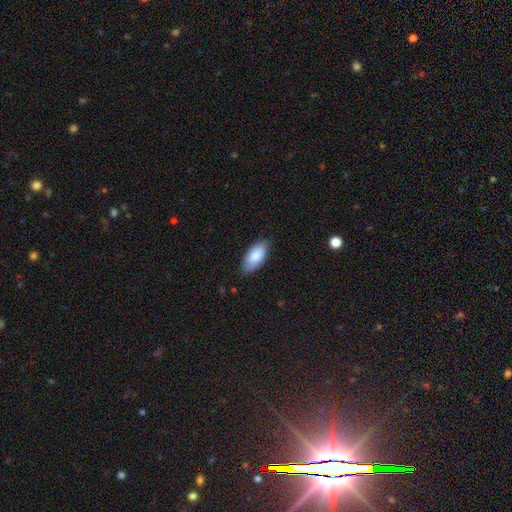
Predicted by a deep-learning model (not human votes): Smooth or featured? Predicted: smooth (p=0.86). How rounded? Predicted: in between (p=0.91). Merging? Predicted: none (p=0.84).